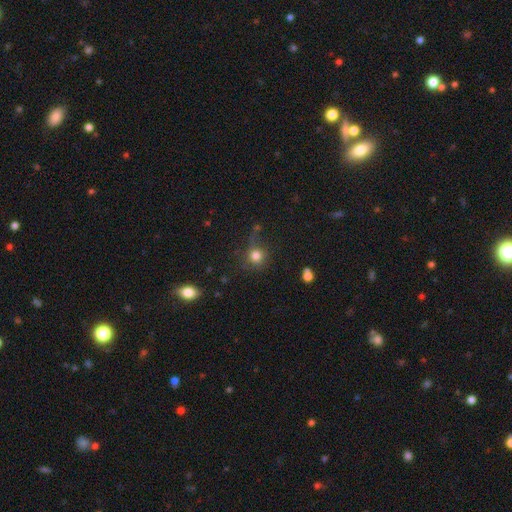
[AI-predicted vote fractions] Smooth or featured? smooth (79%)
How rounded? round (91%)
Merging? none (70%)